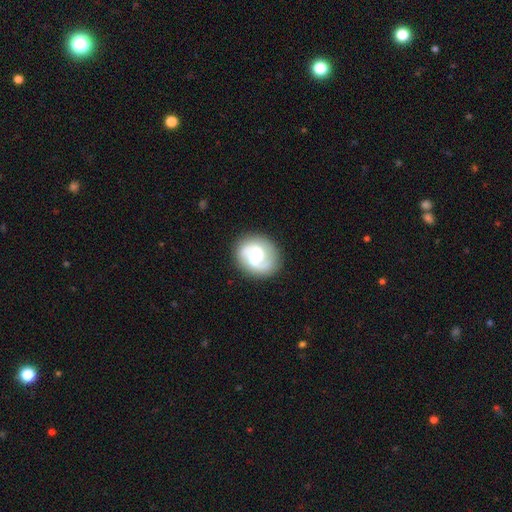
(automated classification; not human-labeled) Q: Smooth or featured?
A: featured or disk (77%); runner-up: smooth (18%)
Q: Edge-on disk?
A: no (98%); runner-up: yes (2%)
Q: Bar?
A: weak (51%); runner-up: no (27%)
Q: Spiral arms?
A: yes (93%); runner-up: no (7%)
Q: Spiral winding?
A: medium (48%); runner-up: loose (29%)
Q: Spiral arm count?
A: 2 (85%); runner-up: can't tell (5%)
Q: Bulge size?
A: moderate (58%); runner-up: small (20%)
Q: Merging?
A: none (84%); runner-up: minor disturbance (11%)